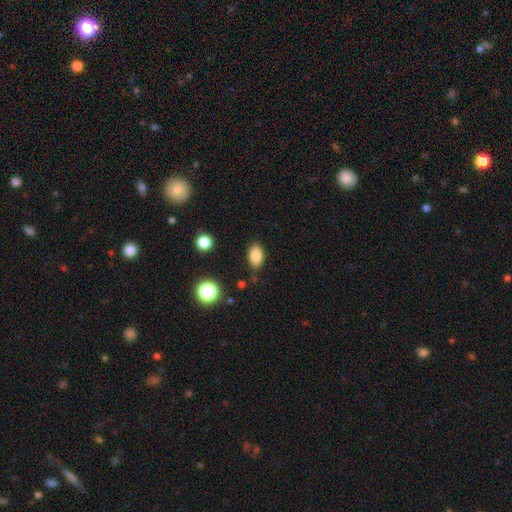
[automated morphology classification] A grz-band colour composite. It shows a smooth galaxy with no disk features (85%) that is in between round and cigar-shaped (88%). Merging: none (80%).